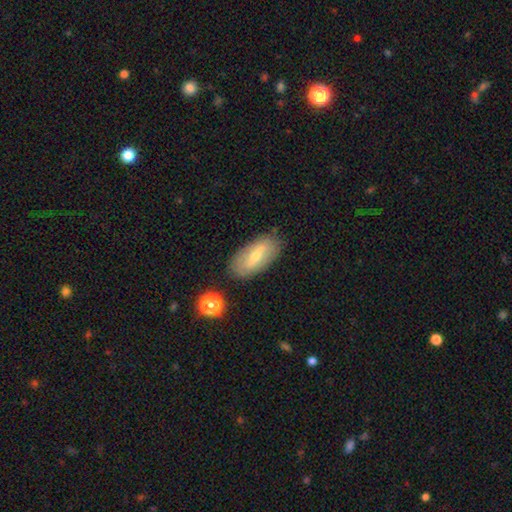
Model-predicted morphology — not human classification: A smooth galaxy with no disk features (51%) that is in between round and cigar-shaped (84%).

Vote fractions:
- Smooth or featured? smooth: 51% / featured or disk: 42% / star or artifact: 8%
- How rounded? in between: 84% / cigar-shaped: 13% / round: 3%
- Merging? none: 83% / minor disturbance: 12% / major disturbance: 3% / merger: 2%